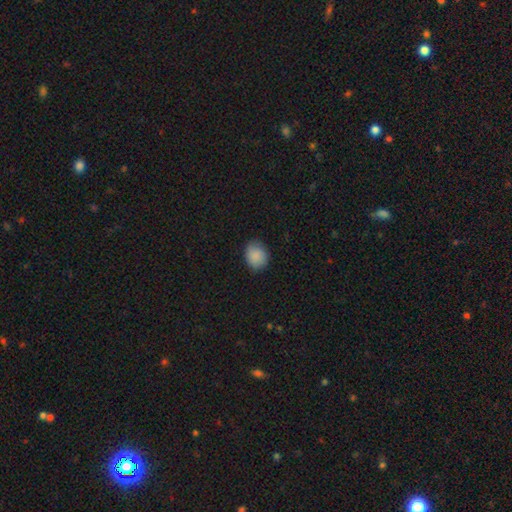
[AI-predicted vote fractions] Smooth or featured: smooth — 88% (star or artifact — 8%)
How rounded: round — 61% (in between — 38%)
Merging: none — 80% (minor disturbance — 16%)